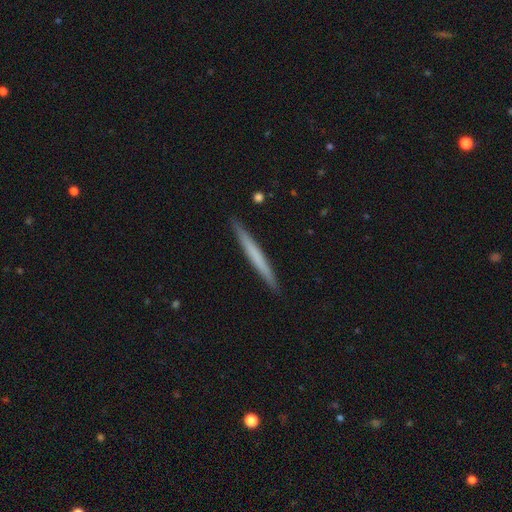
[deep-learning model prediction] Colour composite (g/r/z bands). It shows a smooth galaxy with no disk features (57%) that is cigar-shaped (97%). Merging: none (92%).